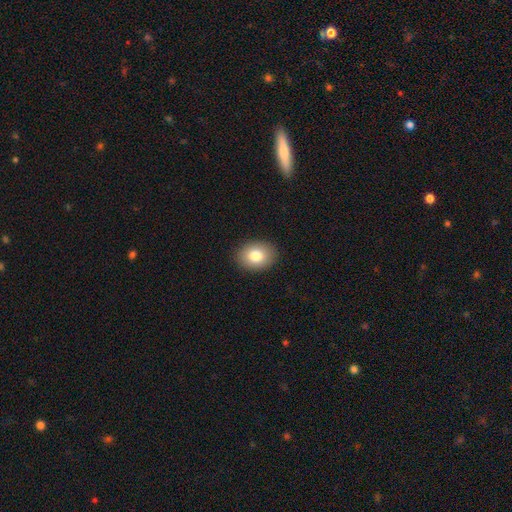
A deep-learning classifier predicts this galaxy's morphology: Smooth or featured?
  - smooth: 81% *
  - featured or disk: 10%
  - star or artifact: 9%
How rounded?
  - in between: 60% *
  - round: 39%
  - cigar-shaped: 1%
Merging?
  - none: 90% *
  - minor disturbance: 7%
  - major disturbance: 2%
  - merger: 1%